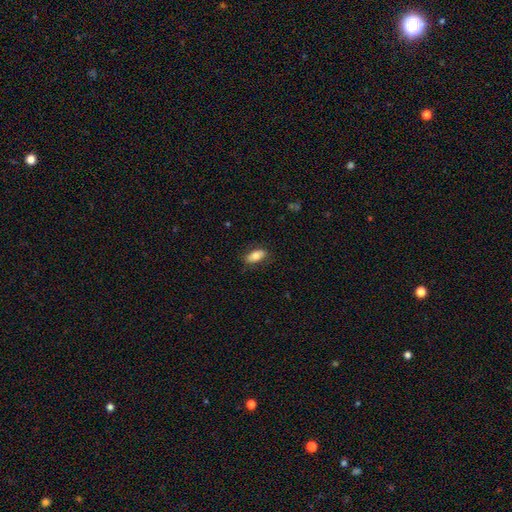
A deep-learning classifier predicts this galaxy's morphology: Q: Smooth or featured?
A: smooth (77%); runner-up: featured or disk (16%)
Q: How rounded?
A: in between (88%); runner-up: cigar-shaped (9%)
Q: Merging?
A: none (80%); runner-up: minor disturbance (15%)